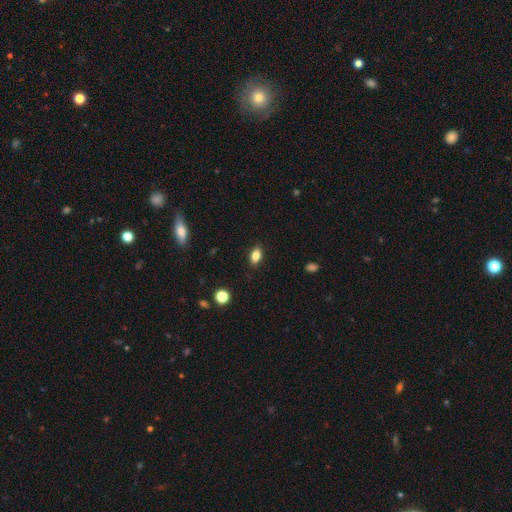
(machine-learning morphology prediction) A smooth galaxy with no disk features (82%) that is in between round and cigar-shaped (86%).

Vote fractions:
- Smooth or featured? smooth: 82% / star or artifact: 9% / featured or disk: 9%
- How rounded? in between: 86% / round: 8% / cigar-shaped: 6%
- Merging? none: 87% / minor disturbance: 10% / major disturbance: 2% / merger: 1%